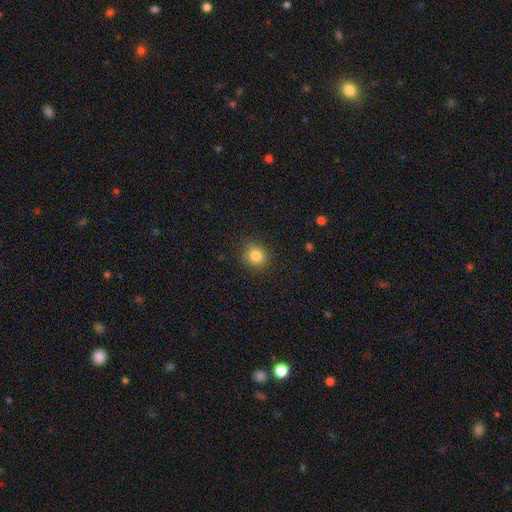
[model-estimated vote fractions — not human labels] This appears to be a smooth galaxy with no disk features (83%) that is round (85%). Merging: none (85%).